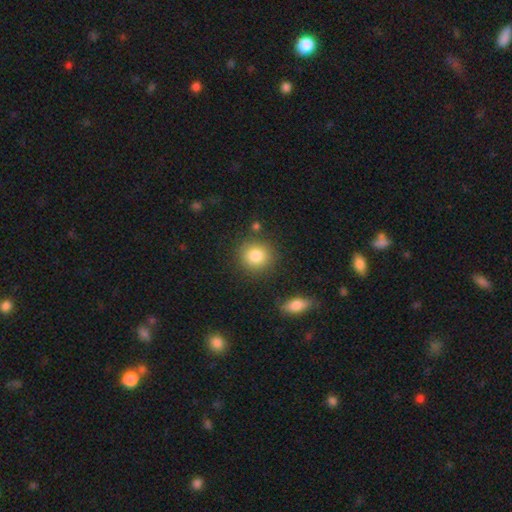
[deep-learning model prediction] A smooth galaxy with no disk features (84%) that is round (89%).

Vote fractions:
- Smooth or featured? smooth: 84% / star or artifact: 9% / featured or disk: 7%
- How rounded? round: 89% / in between: 10% / cigar-shaped: 1%
- Merging? none: 84% / minor disturbance: 8% / merger: 4% / major disturbance: 3%